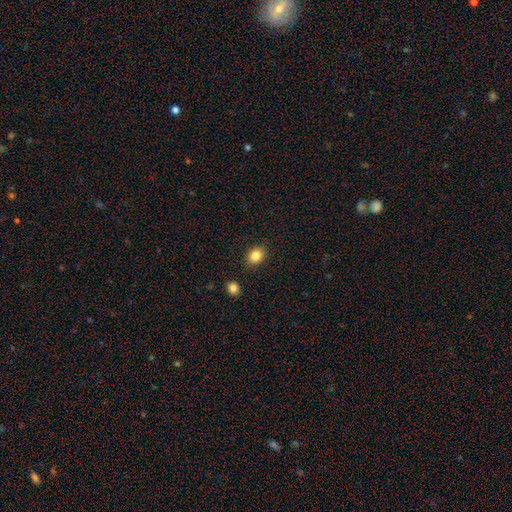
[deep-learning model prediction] Smooth or featured? smooth (84%)
How rounded? round (50%)
Merging? none (87%)